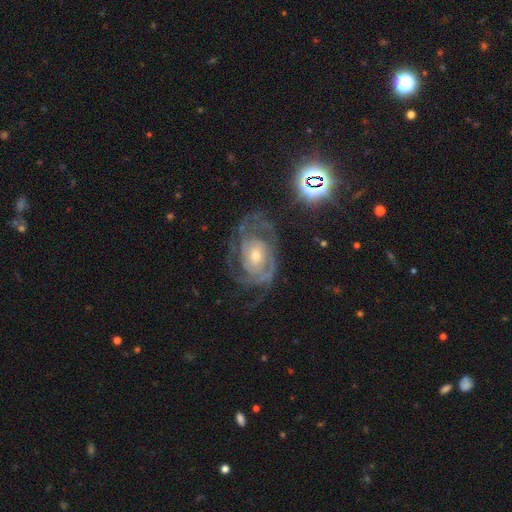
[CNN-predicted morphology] smooth-or-featured: featured or disk: 86% | star or artifact: 7% | smooth: 7%
  disk-edge-on: no: 97% | yes: 3%
    bar: no: 68% | weak: 25% | strong: 7%
    has-spiral-arms: yes: 94% | no: 6%
      spiral-winding: tight: 59% | medium: 33% | loose: 8%
      spiral-arm-count: 2: 32% | can't tell: 30% | 3: 19% | 4: 8% | 1: 6% | more than 4: 5%
    bulge-size: small: 52% | moderate: 43% | large: 3% | none: 1% | dominant: 1%
  merging: none: 63% | minor disturbance: 19% | major disturbance: 17% | merger: 2%